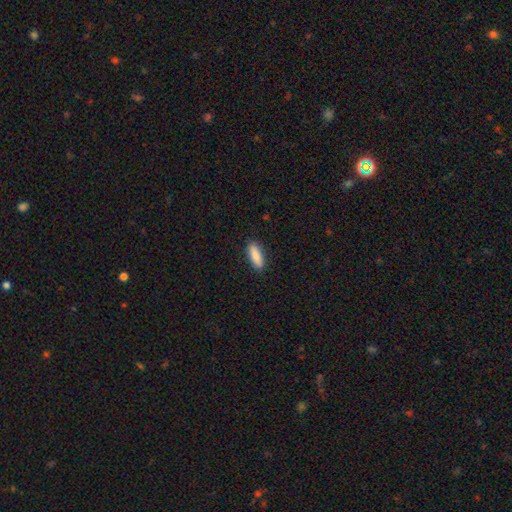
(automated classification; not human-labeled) The model was most divided on "how rounded": in between: 55%, cigar-shaped: 43%, round: 2%. More confident: merging — none (89%); smooth or featured — smooth (86%).